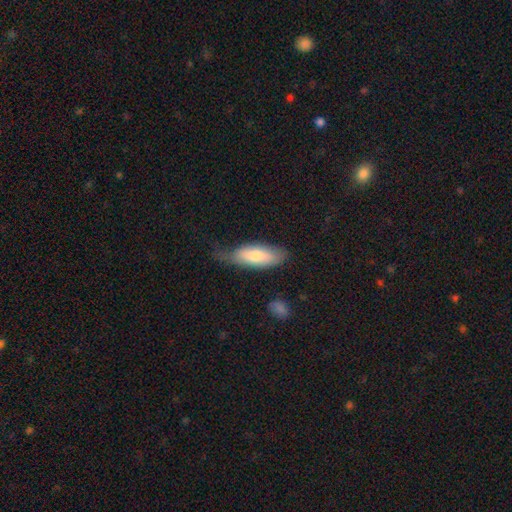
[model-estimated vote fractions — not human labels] smooth_or_featured: smooth (p=0.74) [alt: featured or disk p=0.20]
how_rounded: in between (p=0.73) [alt: cigar-shaped p=0.26]
merging: none (p=0.44) [alt: minor disturbance p=0.37]